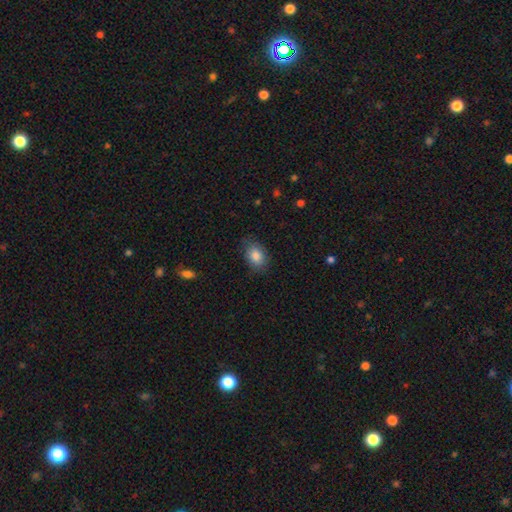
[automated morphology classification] Smooth or featured?
  - smooth: 85% *
  - star or artifact: 8%
  - featured or disk: 7%
How rounded?
  - in between: 76% *
  - round: 23%
  - cigar-shaped: 1%
Merging?
  - none: 79% *
  - minor disturbance: 16%
  - major disturbance: 4%
  - merger: 1%